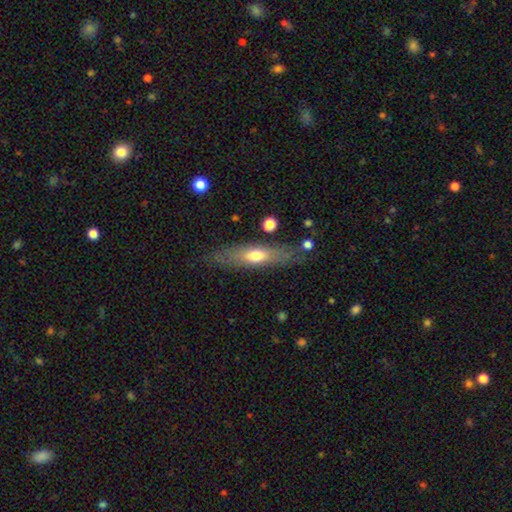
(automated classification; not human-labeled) Smooth or featured: smooth — 51% (featured or disk — 42%)
How rounded: cigar-shaped — 62% (in between — 35%)
Merging: none — 73% (minor disturbance — 17%)